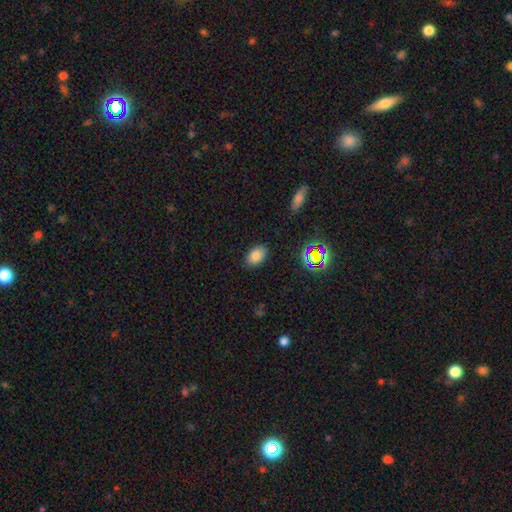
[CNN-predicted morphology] smooth_or_featured: smooth (p=0.80) [alt: star or artifact p=0.13]
how_rounded: in between (p=0.86) [alt: round p=0.12]
merging: none (p=0.84) [alt: minor disturbance p=0.12]